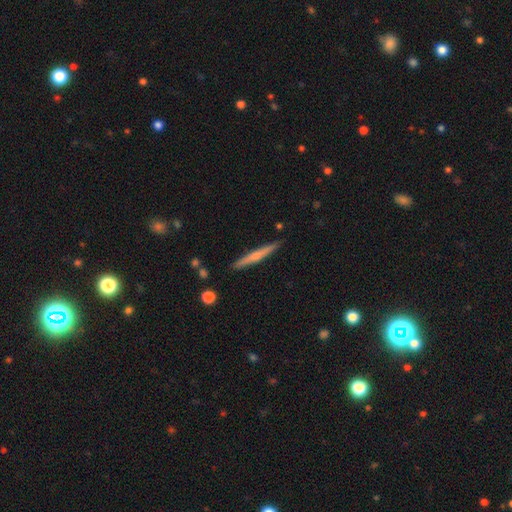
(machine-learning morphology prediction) featured or disk 50%, smooth 44%, star or artifact 6%. Down the decision tree: edge-on disk — yes (97%); merging — none (90%).